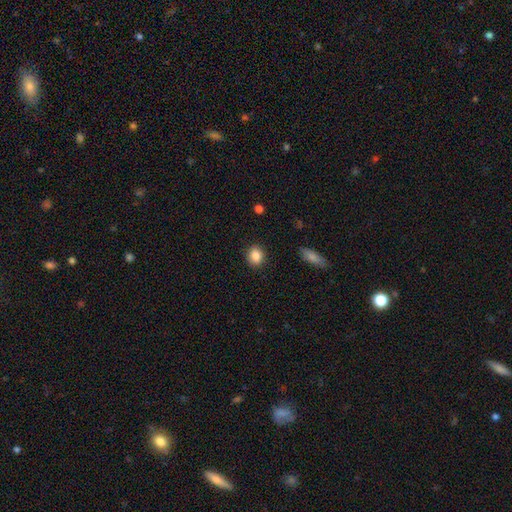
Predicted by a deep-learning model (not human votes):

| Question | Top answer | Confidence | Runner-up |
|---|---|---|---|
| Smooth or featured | smooth | 86% | star or artifact (9%) |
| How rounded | round | 69% | in between (30%) |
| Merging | none | 90% | minor disturbance (7%) |